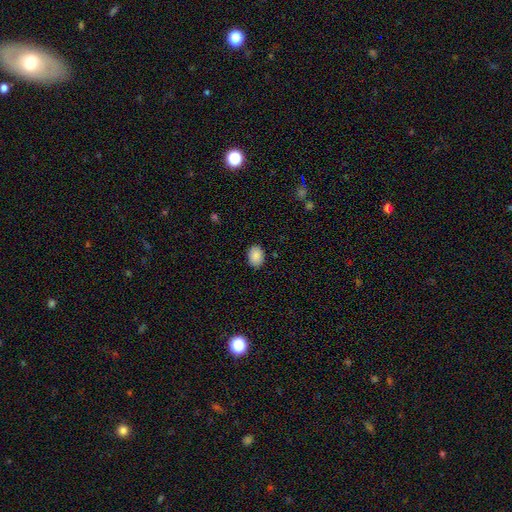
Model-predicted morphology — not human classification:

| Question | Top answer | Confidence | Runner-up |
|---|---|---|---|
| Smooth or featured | smooth | 89% | star or artifact (8%) |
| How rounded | in between | 73% | round (26%) |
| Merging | none | 88% | minor disturbance (9%) |